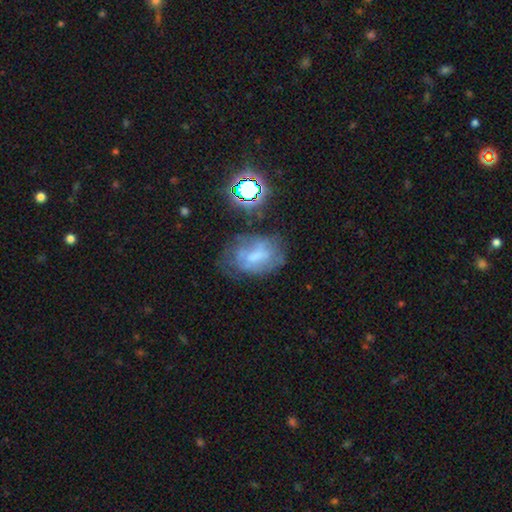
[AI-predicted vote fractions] Smooth or featured?
  - featured or disk: 46% *
  - smooth: 38%
  - star or artifact: 16%
Merging?
  - none: 47% *
  - minor disturbance: 27%
  - major disturbance: 21%
  - merger: 6%